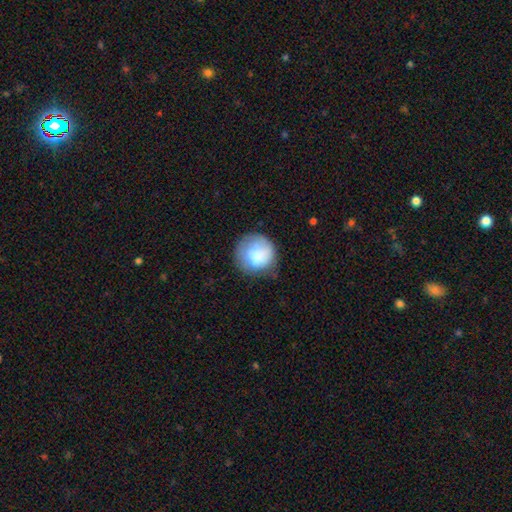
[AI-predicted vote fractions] Smooth or featured? Predicted: smooth (p=0.79). How rounded? Predicted: round (p=0.90). Merging? Predicted: none (p=0.64).